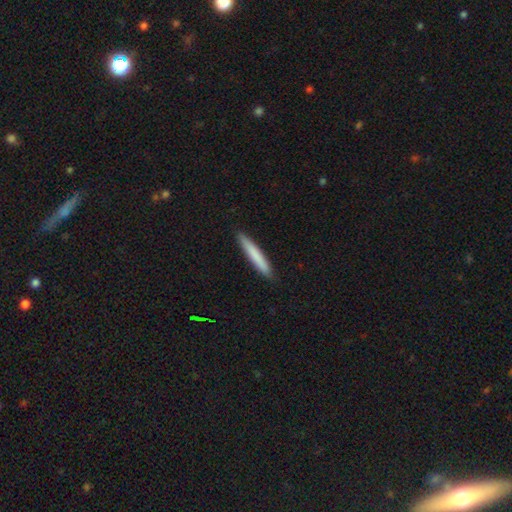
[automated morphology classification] type=smooth (78%); roundness=cigar-shaped (95%); merging=none (91%).